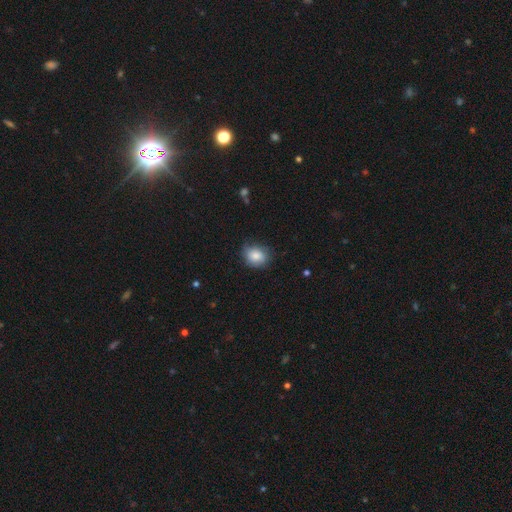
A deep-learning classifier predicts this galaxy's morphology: type=smooth (84%); roundness=round (50%); merging=none (71%).